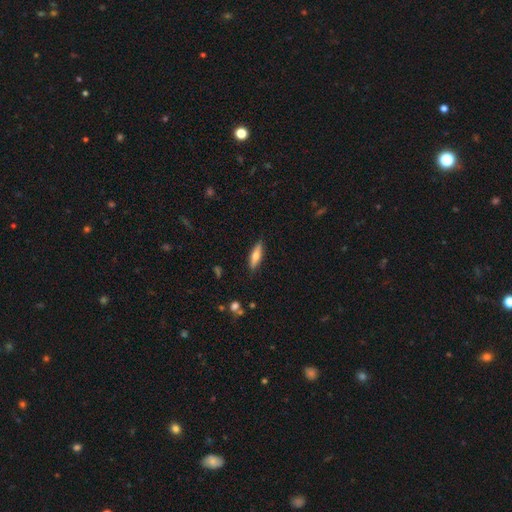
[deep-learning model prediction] Smooth or featured? smooth (54%)
How rounded? cigar-shaped (64%)
Merging? none (87%)